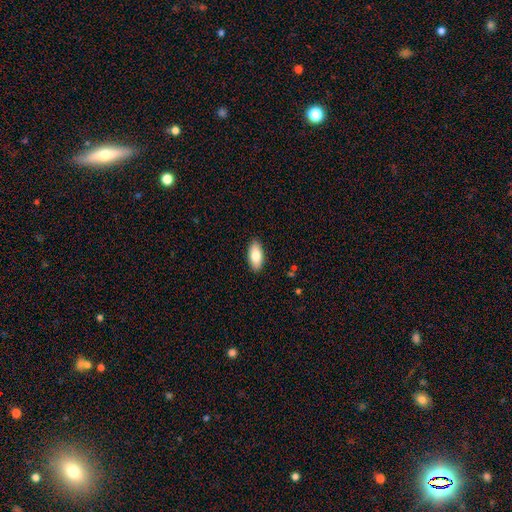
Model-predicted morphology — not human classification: type=smooth (80%); roundness=in between (91%); merging=none (89%).